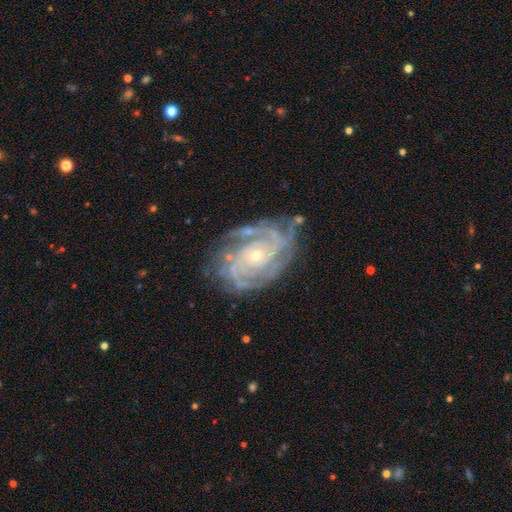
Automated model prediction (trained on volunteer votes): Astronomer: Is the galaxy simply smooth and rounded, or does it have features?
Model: featured or disk — 91%.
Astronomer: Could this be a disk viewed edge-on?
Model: no — 97%.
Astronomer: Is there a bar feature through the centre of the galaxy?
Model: no — 74%.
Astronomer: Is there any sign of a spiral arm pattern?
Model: yes — 98%.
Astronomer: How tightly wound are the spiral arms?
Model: tight — 71%.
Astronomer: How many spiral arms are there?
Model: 2 — 27%, tied with 3 at 27%.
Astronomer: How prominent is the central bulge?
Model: small — 74%.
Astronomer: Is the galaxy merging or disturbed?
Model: none — 73%.